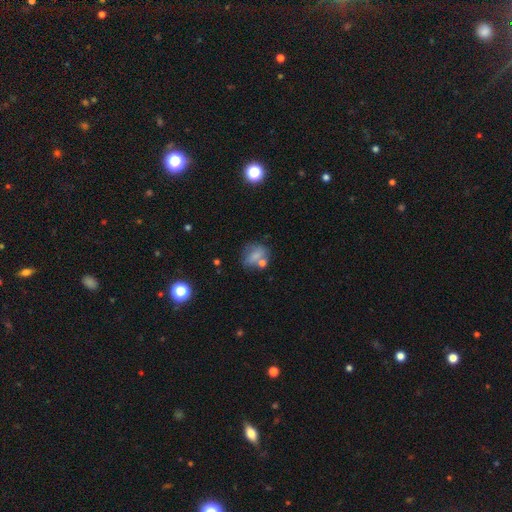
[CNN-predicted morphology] Q: Smooth or featured?
A: smooth (66%); runner-up: featured or disk (21%)
Q: How rounded?
A: in between (56%); runner-up: round (40%)
Q: Merging?
A: none (47%); runner-up: minor disturbance (22%)